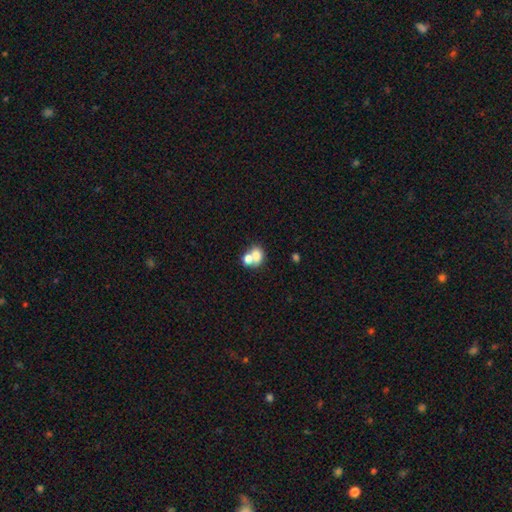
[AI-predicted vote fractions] smooth-or-featured: smooth: 71% | featured or disk: 18% | star or artifact: 11%
  how-rounded: in between: 56% | round: 43% | cigar-shaped: 1%
  merging: merger: 60% | none: 28% | minor disturbance: 7% | major disturbance: 5%